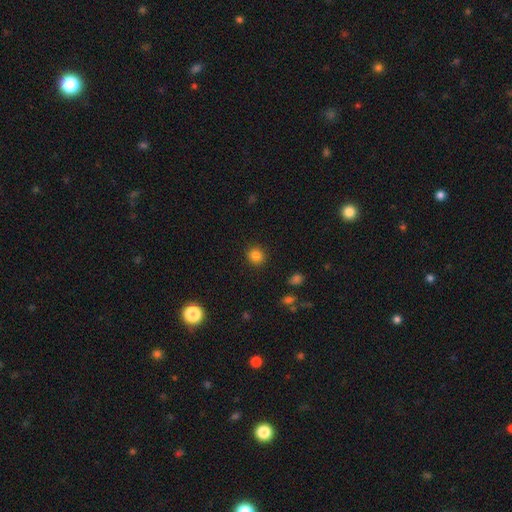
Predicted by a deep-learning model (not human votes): smooth_or_featured: smooth (p=0.84) [alt: star or artifact p=0.12]
how_rounded: round (p=0.89) [alt: in between p=0.10]
merging: none (p=0.90) [alt: minor disturbance p=0.06]